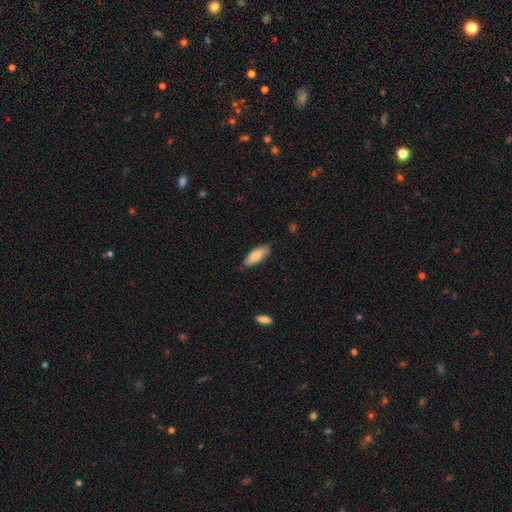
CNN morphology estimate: This is clearly a smooth galaxy (80%). How rounded: likely in between (74%). Merging: clearly none (81%).